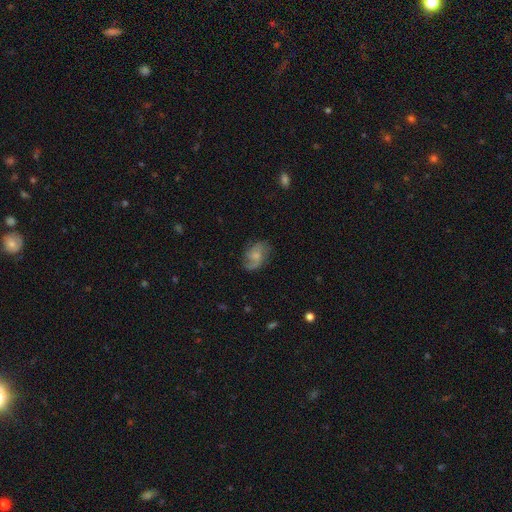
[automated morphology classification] This is possibly a featured or disk galaxy (57%). It is clearly not viewed edge-on (97%). Bar: likely no (69%). Spiral arm pattern: clearly yes (88%). Central bulge: marginally small (41%). Merging: likely none (68%).